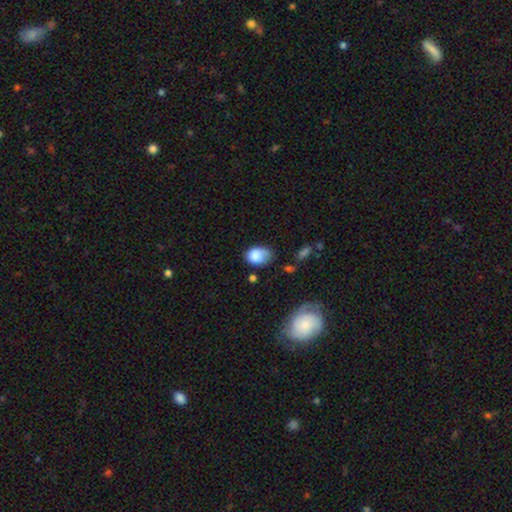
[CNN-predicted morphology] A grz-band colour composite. It shows a smooth galaxy with no disk features (80%) that is in between round and cigar-shaped (74%). Merging: none (45%).